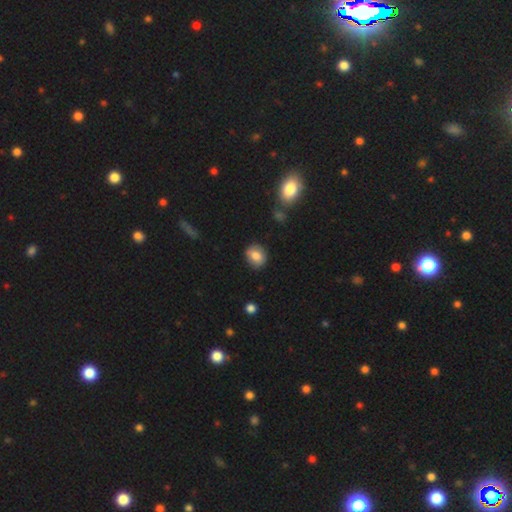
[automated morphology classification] A smooth galaxy with no disk features (77%) that is round (57%).

Vote fractions:
- Smooth or featured? smooth: 77% / featured or disk: 15% / star or artifact: 8%
- How rounded? round: 57% / in between: 42% / cigar-shaped: 1%
- Merging? none: 80% / minor disturbance: 15% / major disturbance: 3% / merger: 2%